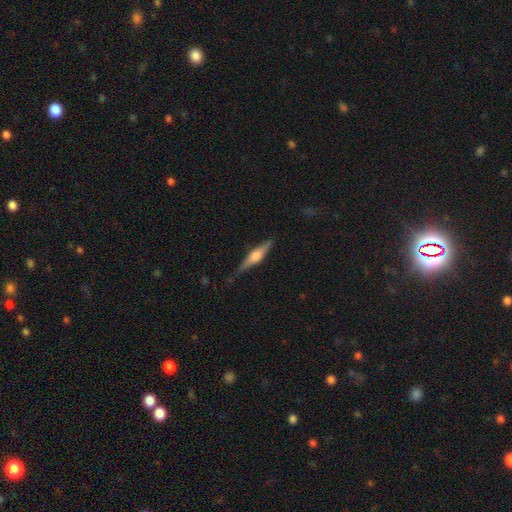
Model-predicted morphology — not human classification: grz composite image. It shows a featured or disk galaxy (65%) viewed edge-on (97%) with a rounded central bulge (85%). Merging: none (83%).